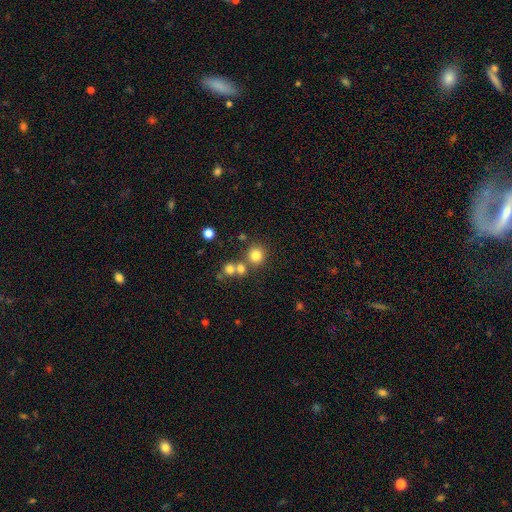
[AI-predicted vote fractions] Smooth or featured: smooth — 78% (star or artifact — 14%)
How rounded: round — 90% (in between — 9%)
Merging: none — 69% (merger — 20%)